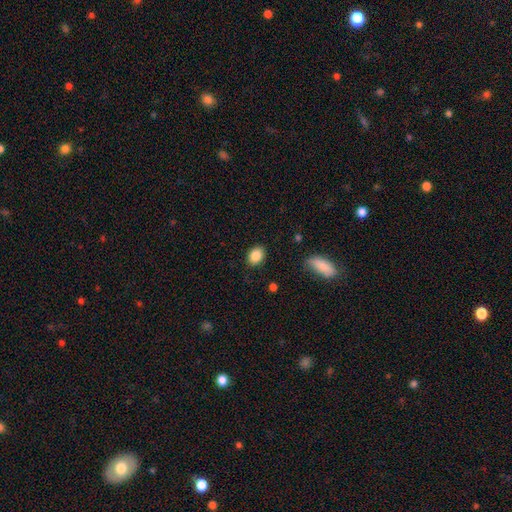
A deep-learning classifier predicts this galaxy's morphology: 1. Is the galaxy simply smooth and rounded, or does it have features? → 86% smooth, 8% star or artifact, 5% featured or disk.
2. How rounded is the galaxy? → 70% in between, 29% round, 1% cigar-shaped.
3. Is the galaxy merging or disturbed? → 87% none, 10% minor disturbance, 3% major disturbance, 1% merger.